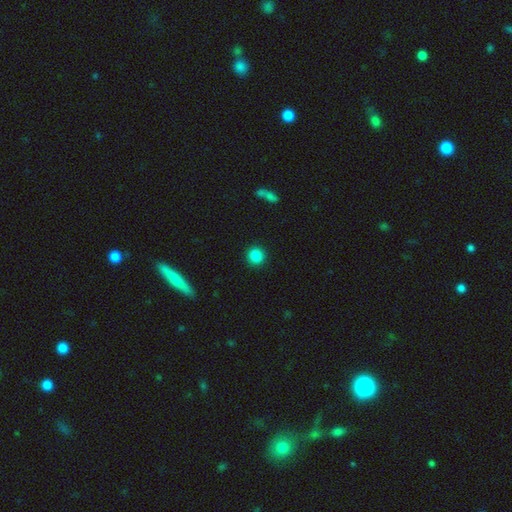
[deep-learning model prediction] Morphology: type=smooth (86%); roundness=round (92%); merging=none (92%).